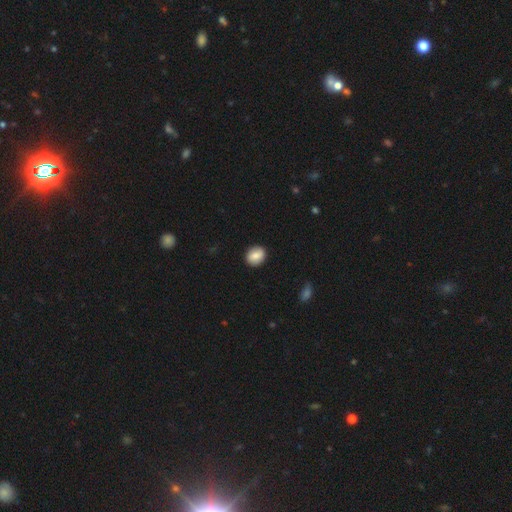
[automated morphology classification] smooth 81%, featured or disk 11%, star or artifact 8%. Down the decision tree: how rounded — round (62%); merging — none (89%).